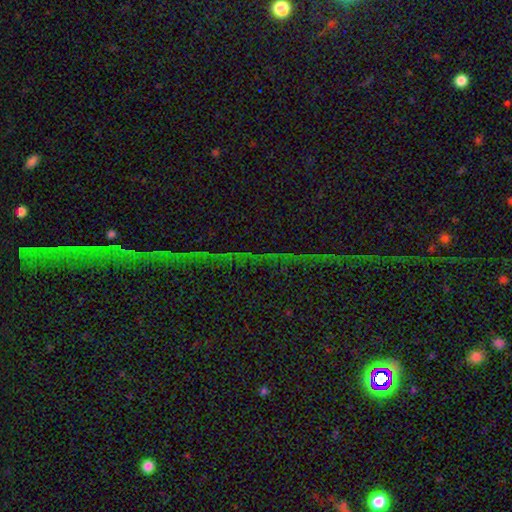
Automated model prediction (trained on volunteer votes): This is likely a star or artifact rather than a galaxy (80%).